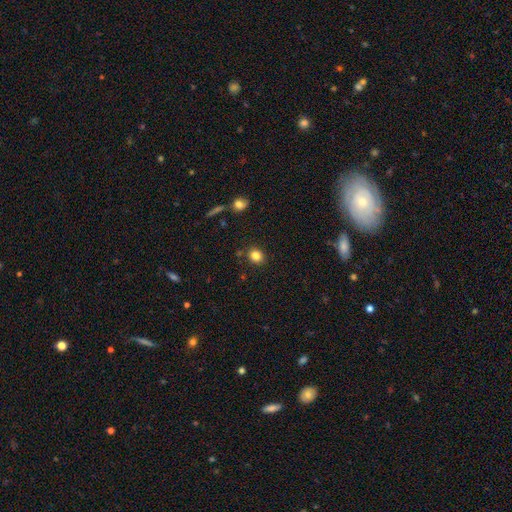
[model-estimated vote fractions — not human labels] Smooth or featured? smooth (83%)
How rounded? round (70%)
Merging? none (85%)